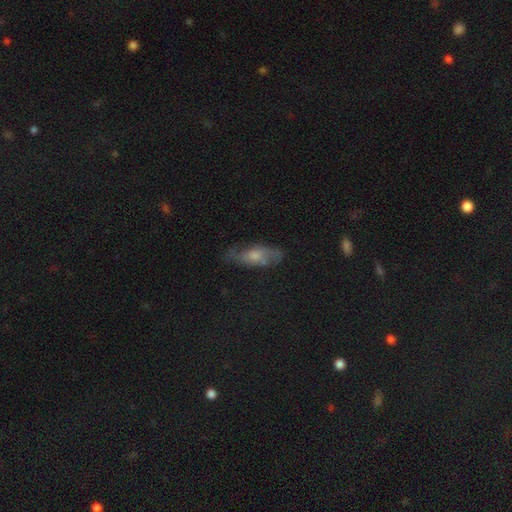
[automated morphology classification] This appears to be a featured or disk galaxy (46%). Merging: none (63%).